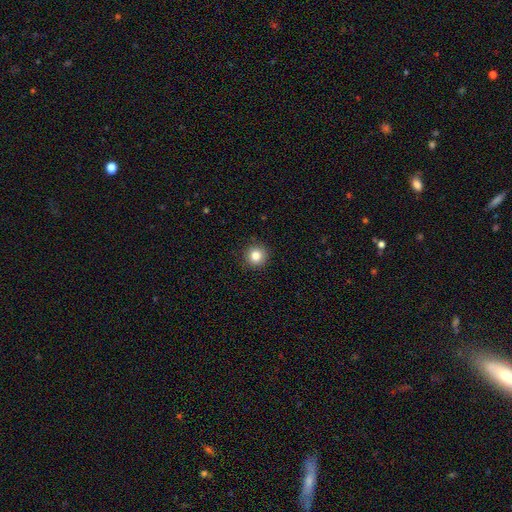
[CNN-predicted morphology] Smooth or featured: smooth — 83% (star or artifact — 11%)
How rounded: round — 94% (in between — 5%)
Merging: none — 92% (minor disturbance — 6%)